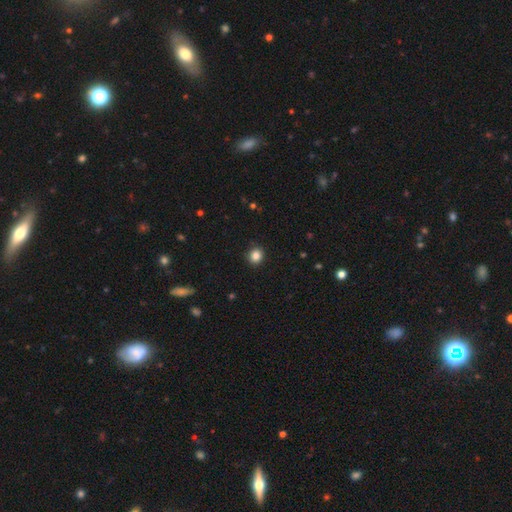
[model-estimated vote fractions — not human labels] Smooth or featured: smooth — 85% (star or artifact — 10%)
How rounded: round — 84% (in between — 15%)
Merging: none — 90% (minor disturbance — 7%)